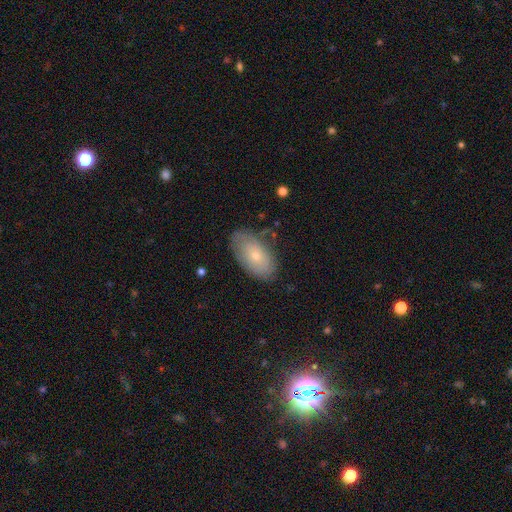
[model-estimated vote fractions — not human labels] Smooth or featured?
  - smooth: 65% *
  - featured or disk: 28%
  - star or artifact: 7%
How rounded?
  - in between: 93% *
  - round: 5%
  - cigar-shaped: 2%
Merging?
  - none: 74% *
  - minor disturbance: 20%
  - major disturbance: 5%
  - merger: 2%